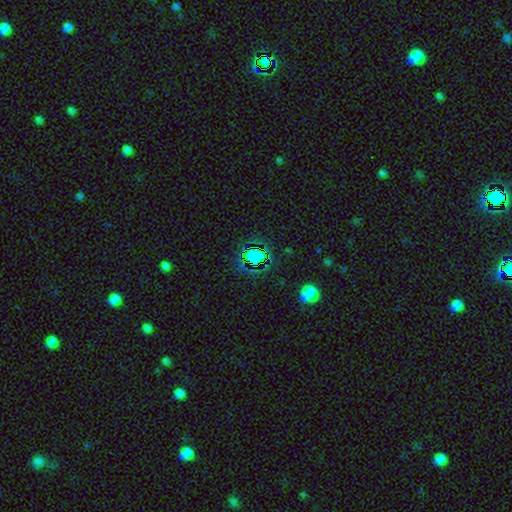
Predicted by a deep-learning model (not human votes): Smooth or featured? Predicted: star or artifact (p=0.65).